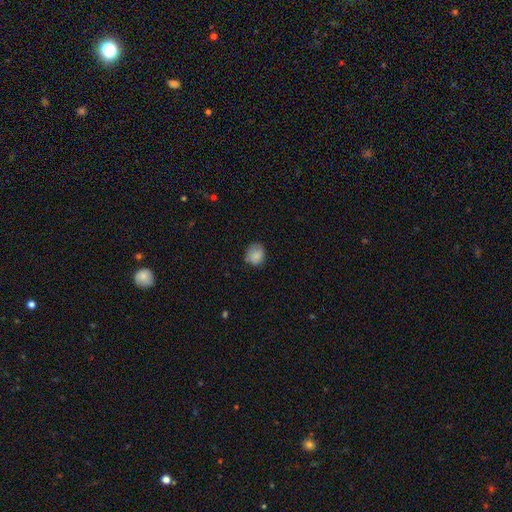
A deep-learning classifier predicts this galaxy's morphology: Smooth or featured? smooth (84%)
How rounded? round (68%)
Merging? none (73%)